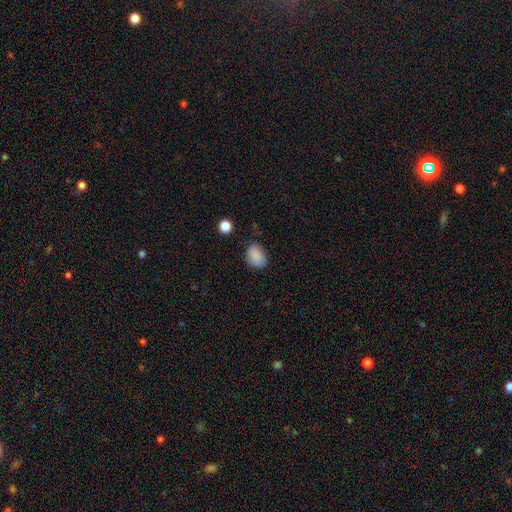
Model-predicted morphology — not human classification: Smooth or featured: smooth — 87% (star or artifact — 9%)
How rounded: in between — 72% (round — 27%)
Merging: none — 71% (minor disturbance — 23%)